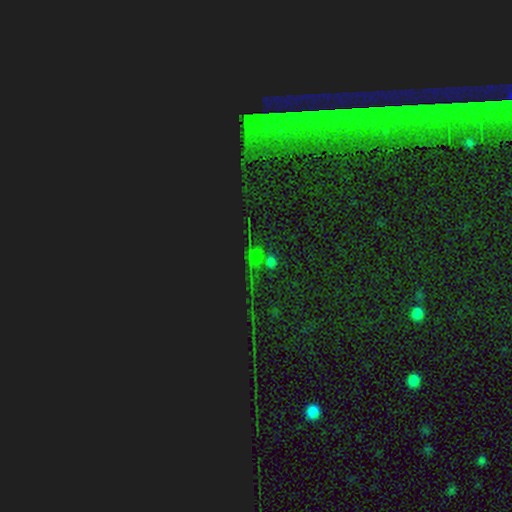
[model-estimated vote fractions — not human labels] This is likely a star or artifact rather than a galaxy (63%).